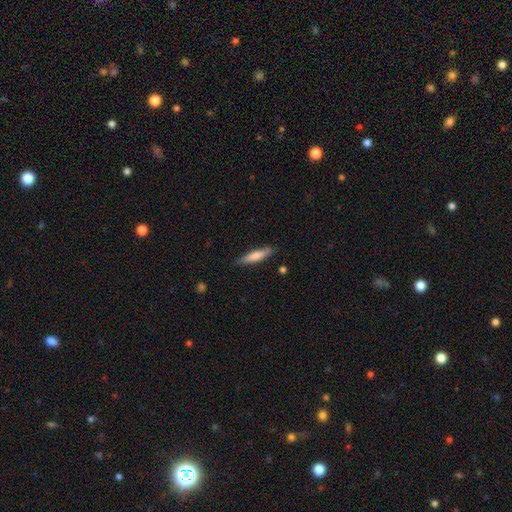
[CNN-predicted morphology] Smooth or featured? Predicted: smooth (p=0.69). How rounded? Predicted: cigar-shaped (p=0.83). Merging? Predicted: none (p=0.83).